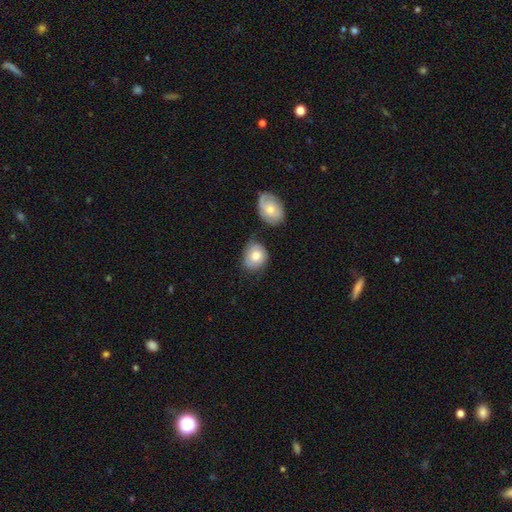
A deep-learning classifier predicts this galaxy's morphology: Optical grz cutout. It shows a smooth galaxy with no disk features (65%) that is round (57%). Merging: none (53%).